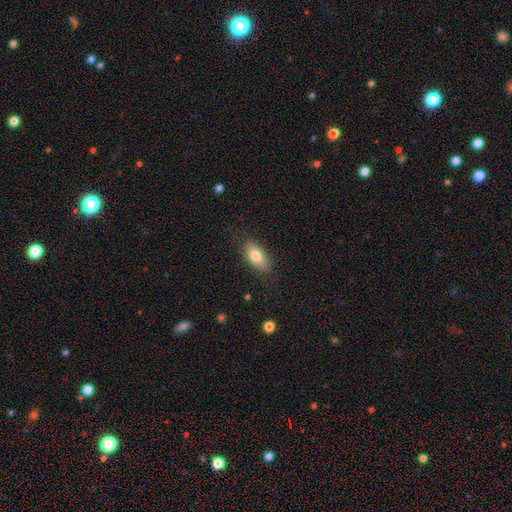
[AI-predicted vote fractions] Q: Smooth or featured?
A: smooth (78%); runner-up: featured or disk (15%)
Q: How rounded?
A: in between (86%); runner-up: cigar-shaped (10%)
Q: Merging?
A: none (81%); runner-up: minor disturbance (14%)